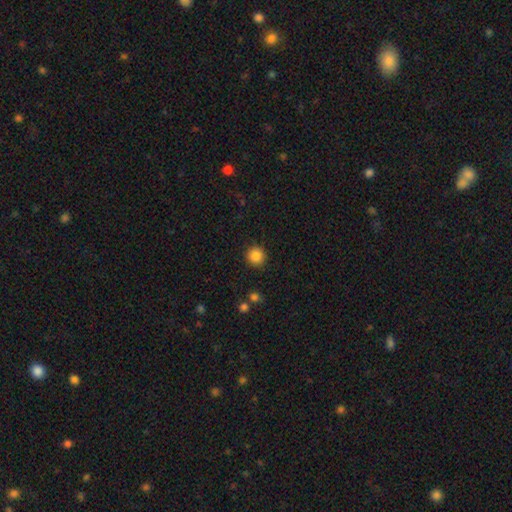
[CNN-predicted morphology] The model was most divided on "smooth or featured": smooth: 86%, star or artifact: 10%, featured or disk: 4%. More confident: how rounded — round (93%); merging — none (90%).